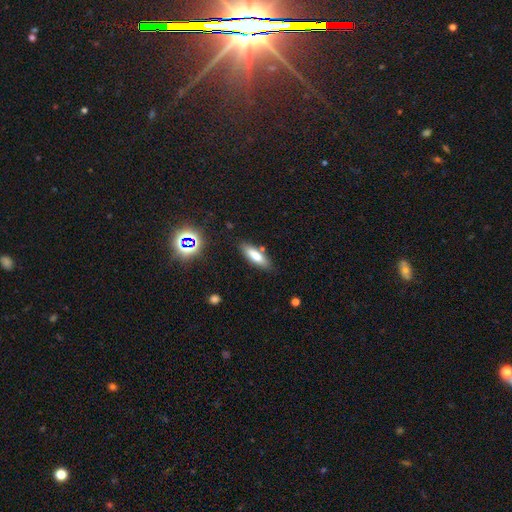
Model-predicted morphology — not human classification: This is likely a smooth galaxy (74%). How rounded: possibly in between (54%). Merging: clearly none (81%).